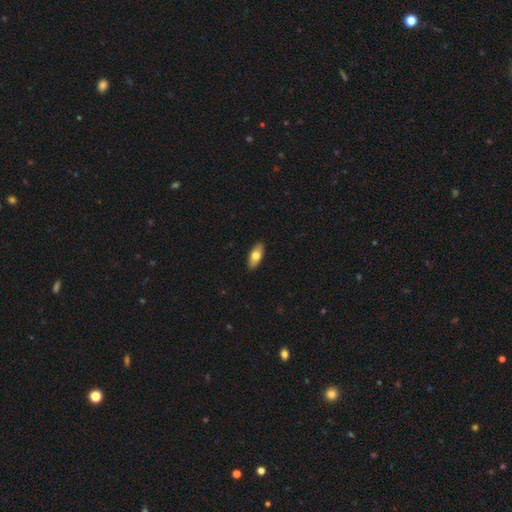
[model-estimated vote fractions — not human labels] Smooth or featured?
  - smooth: 74% *
  - featured or disk: 20%
  - star or artifact: 6%
How rounded?
  - in between: 84% *
  - cigar-shaped: 13%
  - round: 3%
Merging?
  - none: 90% *
  - minor disturbance: 8%
  - major disturbance: 2%
  - merger: 1%